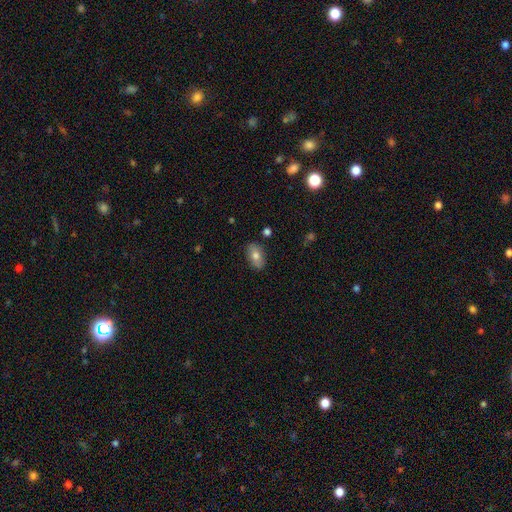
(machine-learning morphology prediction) Smooth or featured?
  - smooth: 74% *
  - featured or disk: 18%
  - star or artifact: 8%
How rounded?
  - in between: 90% *
  - round: 7%
  - cigar-shaped: 3%
Merging?
  - none: 85% *
  - minor disturbance: 11%
  - major disturbance: 2%
  - merger: 2%